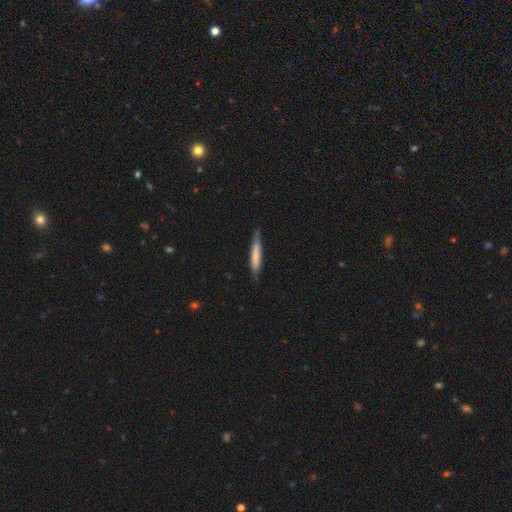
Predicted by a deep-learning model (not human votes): Q: Smooth or featured?
A: smooth (68%); runner-up: featured or disk (27%)
Q: How rounded?
A: cigar-shaped (93%); runner-up: in between (6%)
Q: Merging?
A: none (82%); runner-up: minor disturbance (14%)